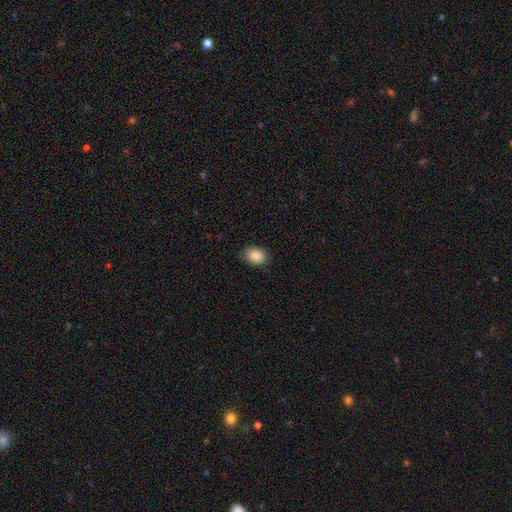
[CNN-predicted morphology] A smooth galaxy with no disk features (89%) that is in between round and cigar-shaped (68%).

Vote fractions:
- Smooth or featured? smooth: 89% / star or artifact: 8% / featured or disk: 4%
- How rounded? in between: 68% / round: 31% / cigar-shaped: 1%
- Merging? none: 84% / minor disturbance: 12% / major disturbance: 3% / merger: 1%